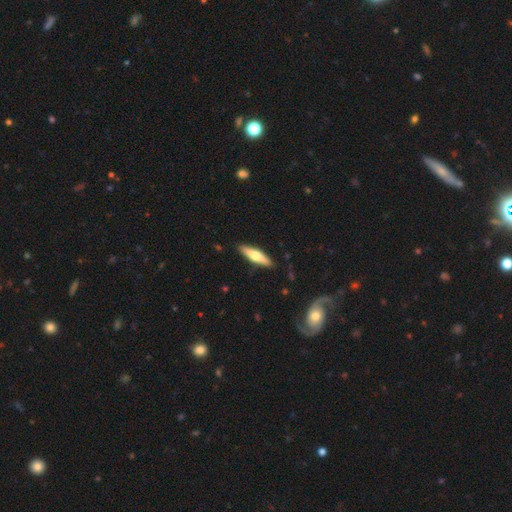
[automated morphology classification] Overall: smooth (53%; featured or disk 42%). How rounded: cigar-shaped (73%). Merging: none (89%).